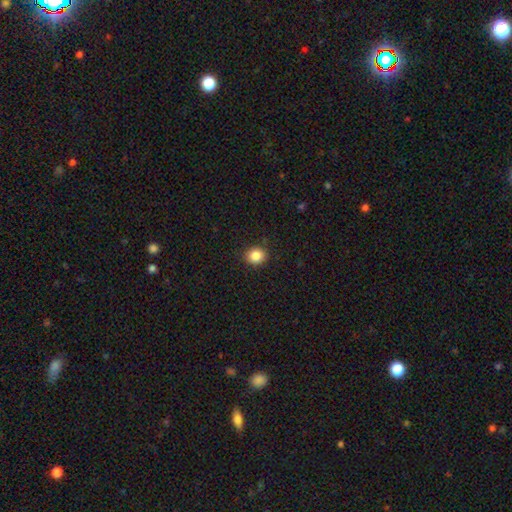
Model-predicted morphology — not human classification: A smooth galaxy with no disk features (86%) that is round (73%).

Vote fractions:
- Smooth or featured? smooth: 86% / star or artifact: 10% / featured or disk: 4%
- How rounded? round: 73% / in between: 26% / cigar-shaped: 1%
- Merging? none: 90% / minor disturbance: 7% / major disturbance: 2% / merger: 1%